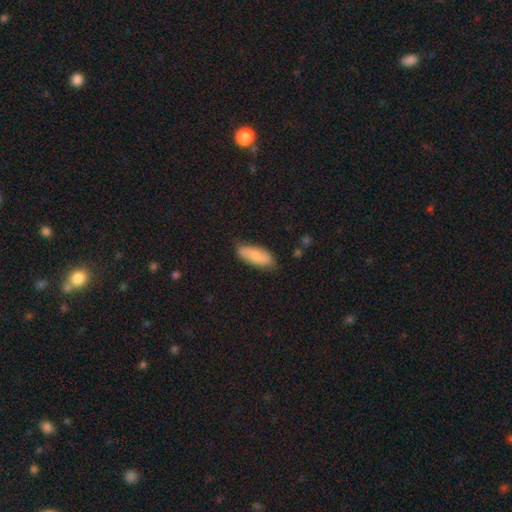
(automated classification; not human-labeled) The model was most divided on "how rounded": in between: 74%, cigar-shaped: 24%, round: 2%. More confident: merging — none (81%); smooth or featured — smooth (80%).